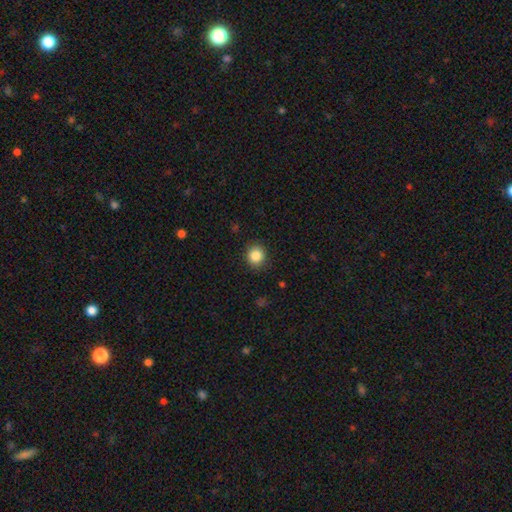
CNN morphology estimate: A smooth galaxy with no disk features (85%) that is round (87%). Merging: none (90%).